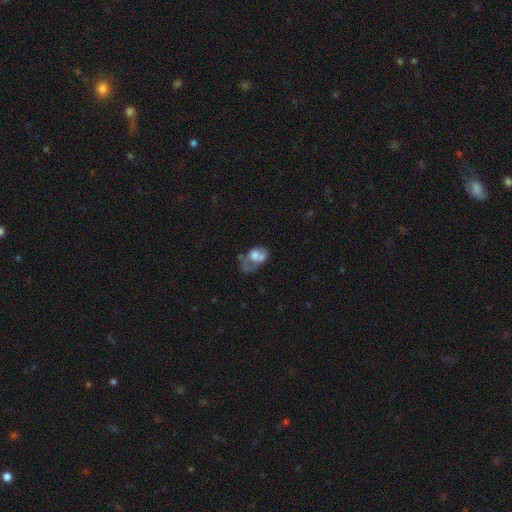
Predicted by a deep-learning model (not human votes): Smooth or featured?
  - smooth: 52% *
  - featured or disk: 38%
  - star or artifact: 10%
How rounded?
  - in between: 73% *
  - round: 25%
  - cigar-shaped: 1%
Merging?
  - major disturbance: 44% *
  - minor disturbance: 22%
  - none: 21%
  - merger: 13%